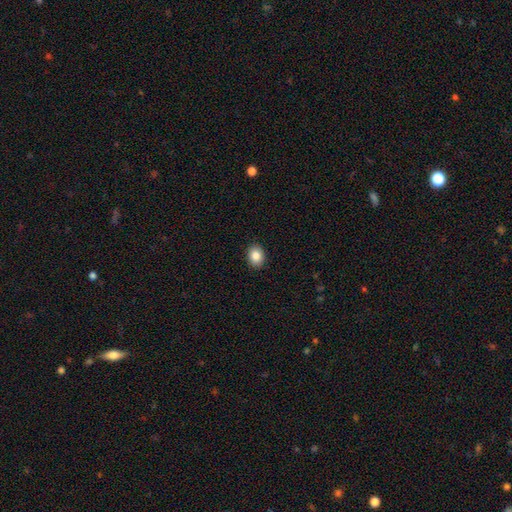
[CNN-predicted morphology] smooth_or_featured: smooth (p=0.87) [alt: star or artifact p=0.08]
how_rounded: in between (p=0.56) [alt: round p=0.43]
merging: none (p=0.90) [alt: minor disturbance p=0.07]